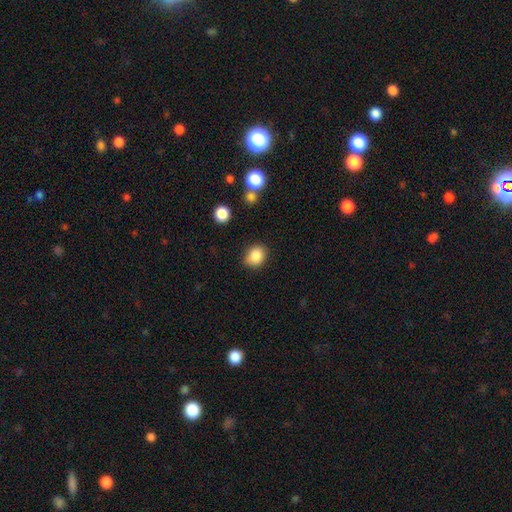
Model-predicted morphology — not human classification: A smooth galaxy with no disk features (85%) that is round (58%).

Vote fractions:
- Smooth or featured? smooth: 85% / star or artifact: 10% / featured or disk: 5%
- How rounded? round: 58% / in between: 41% / cigar-shaped: 1%
- Merging? none: 82% / minor disturbance: 13% / major disturbance: 3% / merger: 2%